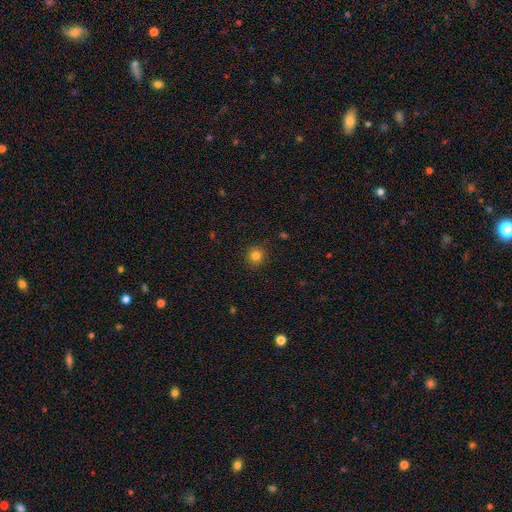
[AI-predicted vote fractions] Smooth or featured?
  - smooth: 82% *
  - star or artifact: 13%
  - featured or disk: 5%
How rounded?
  - round: 92% *
  - in between: 7%
  - cigar-shaped: 1%
Merging?
  - none: 90% *
  - minor disturbance: 7%
  - major disturbance: 2%
  - merger: 1%